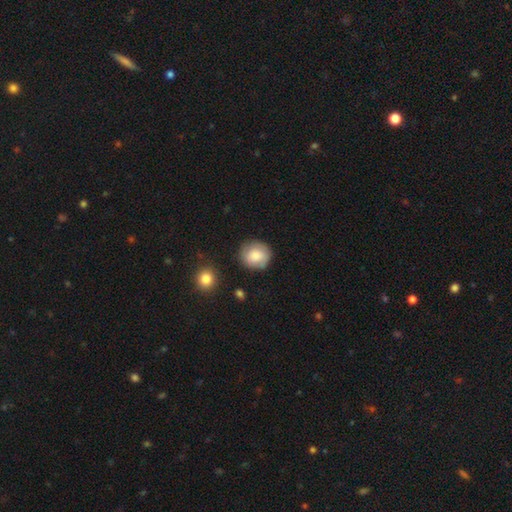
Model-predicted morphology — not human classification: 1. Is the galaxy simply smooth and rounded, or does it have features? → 80% smooth, 13% featured or disk, 7% star or artifact.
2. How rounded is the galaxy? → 87% round, 12% in between, 1% cigar-shaped.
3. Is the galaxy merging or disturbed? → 80% none, 14% minor disturbance, 4% major disturbance, 2% merger.